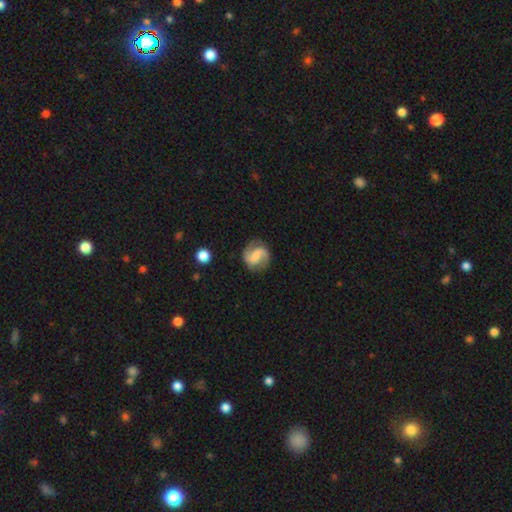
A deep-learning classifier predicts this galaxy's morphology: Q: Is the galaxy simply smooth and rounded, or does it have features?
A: featured or disk — 78%.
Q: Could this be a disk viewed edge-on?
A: no — 98%.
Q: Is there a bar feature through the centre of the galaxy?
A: weak — 45%.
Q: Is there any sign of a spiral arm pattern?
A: yes — 96%.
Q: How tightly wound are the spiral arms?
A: medium — 47%.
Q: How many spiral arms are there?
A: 2 — 90%.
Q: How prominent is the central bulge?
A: none — 44%.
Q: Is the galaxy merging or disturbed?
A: none — 81%.